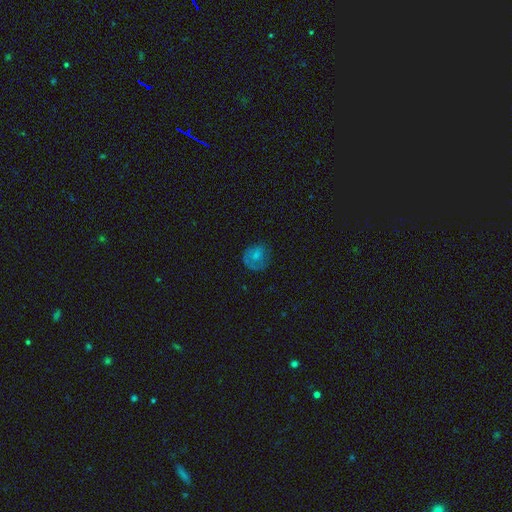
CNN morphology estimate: Smooth or featured? Predicted: smooth (p=0.62). How rounded? Predicted: round (p=0.79). Merging? Predicted: none (p=0.59).